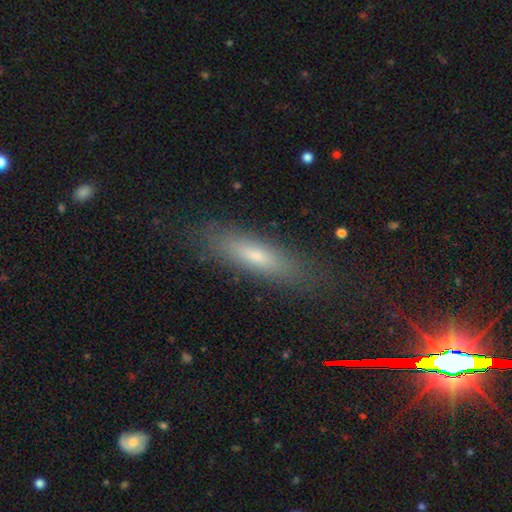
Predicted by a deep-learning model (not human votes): Smooth or featured? Predicted: smooth (p=0.64). How rounded? Predicted: cigar-shaped (p=0.66). Merging? Predicted: none (p=0.84).